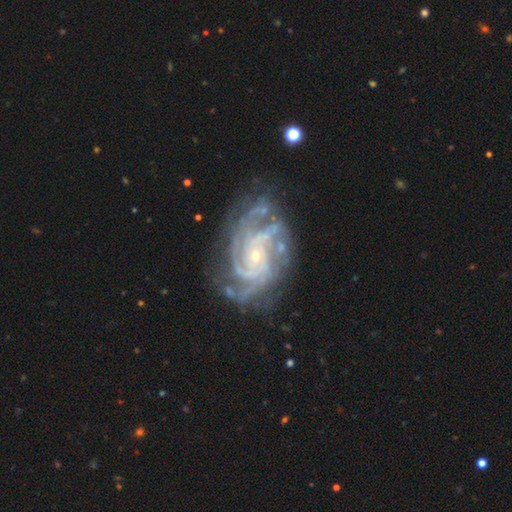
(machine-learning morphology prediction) Q: Smooth or featured?
A: featured or disk (90%); runner-up: star or artifact (6%)
Q: Edge-on disk?
A: no (97%); runner-up: yes (3%)
Q: Bar?
A: no (69%); runner-up: weak (23%)
Q: Spiral arms?
A: yes (98%); runner-up: no (2%)
Q: Spiral winding?
A: tight (59%); runner-up: medium (35%)
Q: Spiral arm count?
A: 4 (26%); runner-up: 3 (25%)
Q: Bulge size?
A: small (83%); runner-up: moderate (12%)
Q: Merging?
A: none (68%); runner-up: minor disturbance (19%)